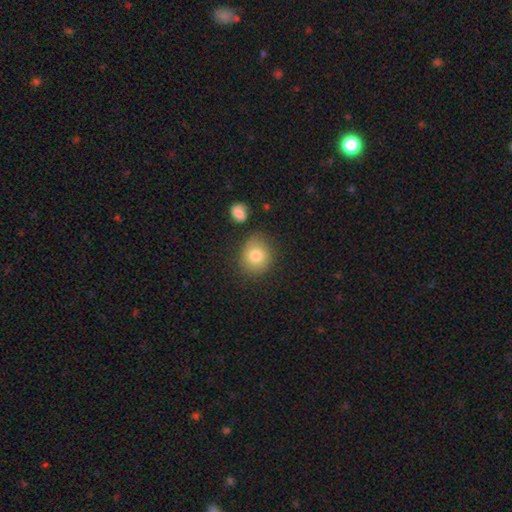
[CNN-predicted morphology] smooth_or_featured: smooth (p=0.80) [alt: star or artifact p=0.10]
how_rounded: round (p=0.73) [alt: in between p=0.26]
merging: none (p=0.74) [alt: minor disturbance p=0.16]